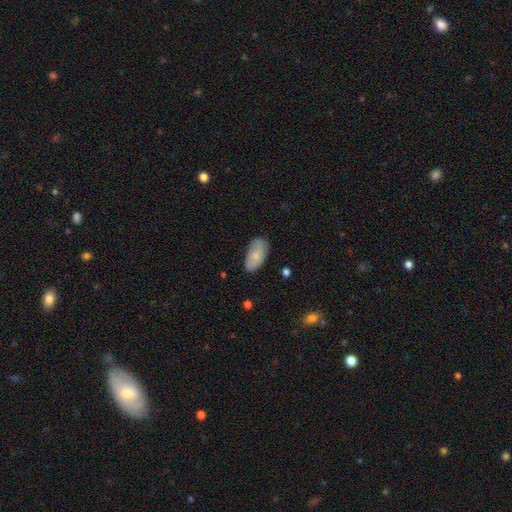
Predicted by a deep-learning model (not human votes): smooth 75%, featured or disk 18%, star or artifact 6%. Down the decision tree: how rounded — in between (94%); merging — none (75%).